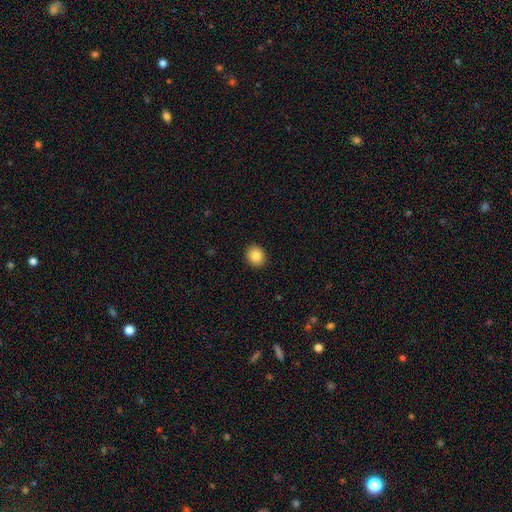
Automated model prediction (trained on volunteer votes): Morphology: type=smooth (85%); roundness=round (75%); merging=none (92%).